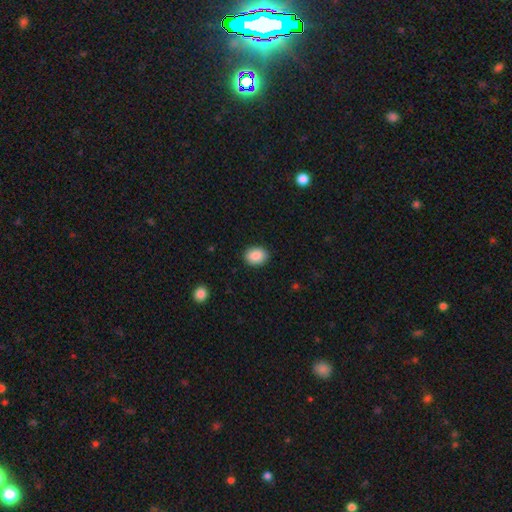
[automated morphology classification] Smooth or featured? Predicted: smooth (p=0.89). How rounded? Predicted: in between (p=0.60). Merging? Predicted: none (p=0.89).